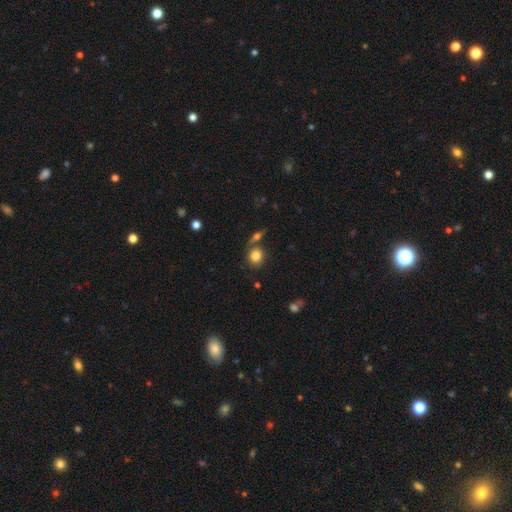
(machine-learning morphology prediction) A smooth galaxy with no disk features (82%) that is round (76%).

Vote fractions:
- Smooth or featured? smooth: 82% / star or artifact: 9% / featured or disk: 9%
- How rounded? round: 76% / in between: 22% / cigar-shaped: 2%
- Merging? none: 64% / merger: 19% / minor disturbance: 12% / major disturbance: 4%